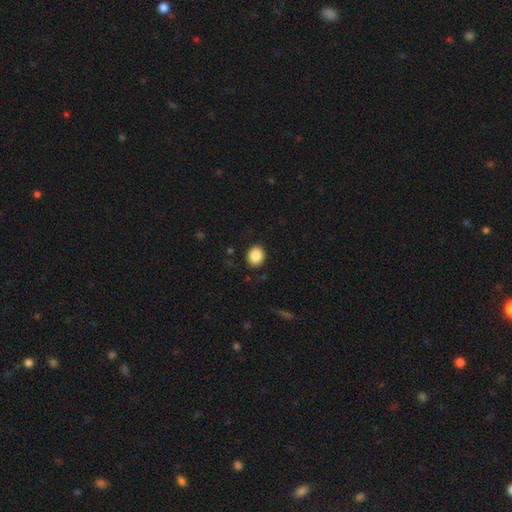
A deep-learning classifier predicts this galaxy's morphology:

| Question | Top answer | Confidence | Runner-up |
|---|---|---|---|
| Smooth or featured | smooth | 88% | star or artifact (8%) |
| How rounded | round | 56% | in between (43%) |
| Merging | none | 89% | minor disturbance (7%) |